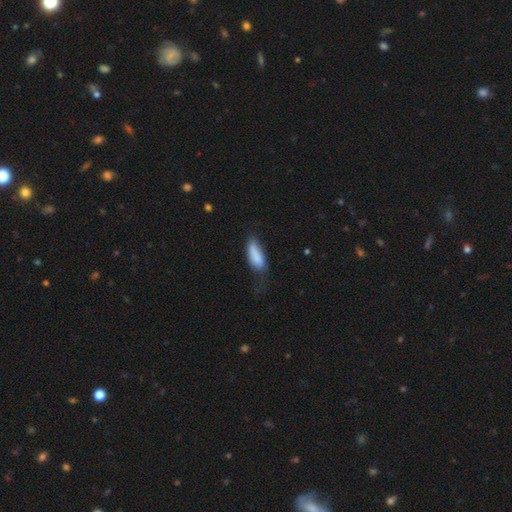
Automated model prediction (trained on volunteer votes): Smooth or featured: smooth — 83% (featured or disk — 10%)
How rounded: in between — 70% (cigar-shaped — 28%)
Merging: none — 43% (minor disturbance — 37%)